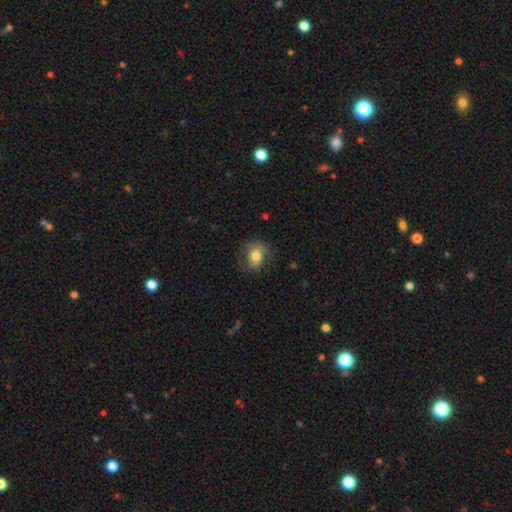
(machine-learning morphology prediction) type=smooth (65%); roundness=in between (53%); merging=none (64%).